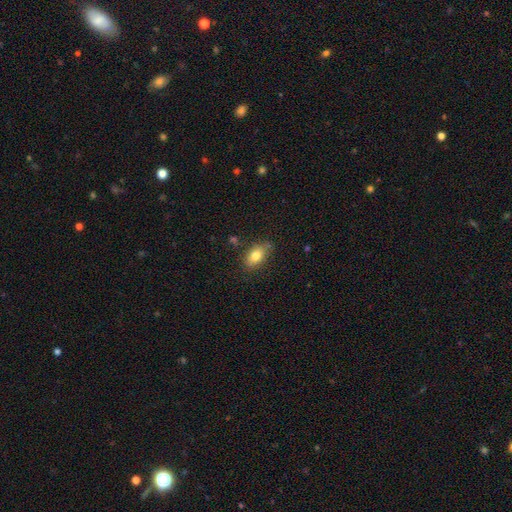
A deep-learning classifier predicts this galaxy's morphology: smooth-or-featured: smooth: 79% | featured or disk: 13% | star or artifact: 8%
  how-rounded: in between: 88% | round: 9% | cigar-shaped: 3%
  merging: none: 74% | minor disturbance: 20% | major disturbance: 4% | merger: 3%